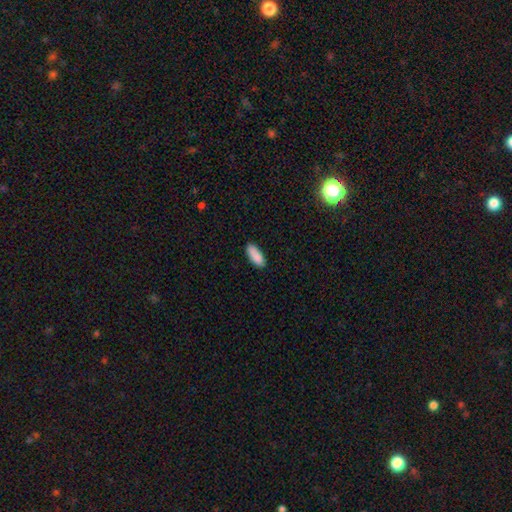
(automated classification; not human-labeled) Morphology: type=smooth (88%); roundness=in between (78%); merging=none (84%).